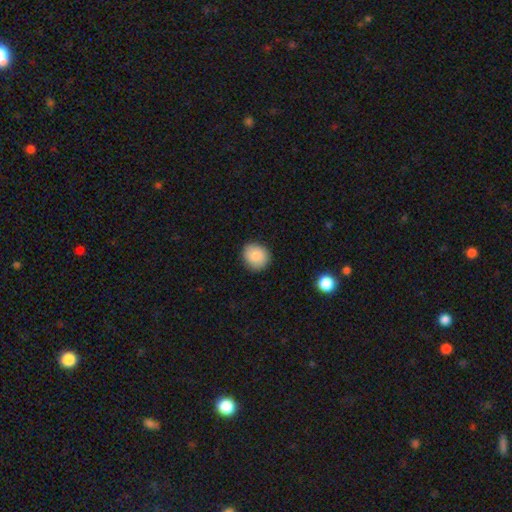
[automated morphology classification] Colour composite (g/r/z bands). It shows a smooth galaxy with no disk features (86%) that is round (84%). Merging: none (86%).